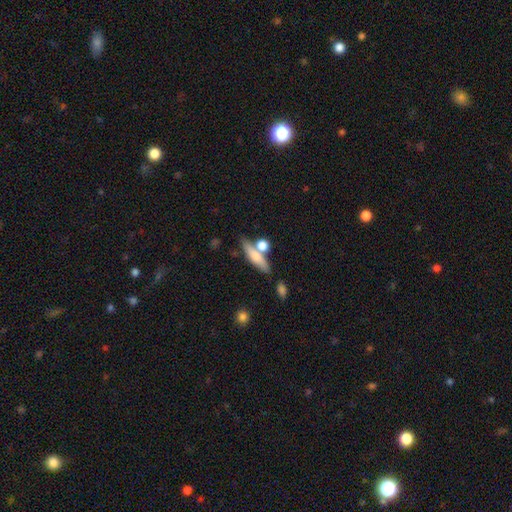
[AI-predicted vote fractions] smooth 65%, featured or disk 28%, star or artifact 7%. Down the decision tree: how rounded — cigar-shaped (66%); merging — none (61%).